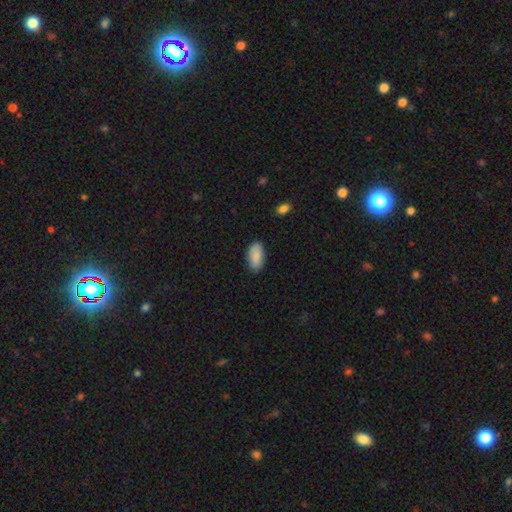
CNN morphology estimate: This appears to be a smooth galaxy with no disk features (89%) that is in between round and cigar-shaped (94%). Merging: none (85%).